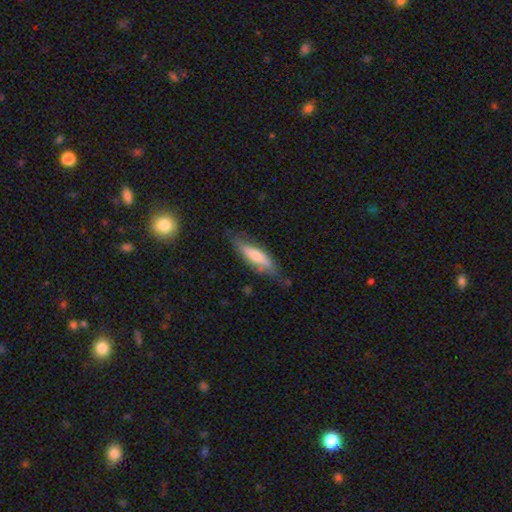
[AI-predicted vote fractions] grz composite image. It shows a smooth galaxy with no disk features (56%) that is cigar-shaped (72%). Merging: none (70%).